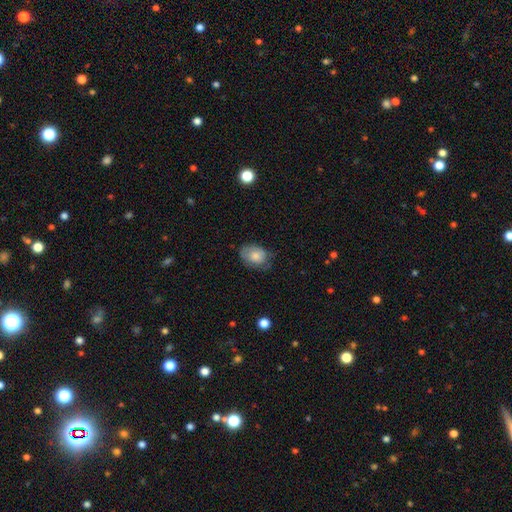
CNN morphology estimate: smooth_or_featured: smooth (p=0.74) [alt: featured or disk p=0.19]
how_rounded: in between (p=0.72) [alt: round p=0.27]
merging: none (p=0.58) [alt: minor disturbance p=0.31]